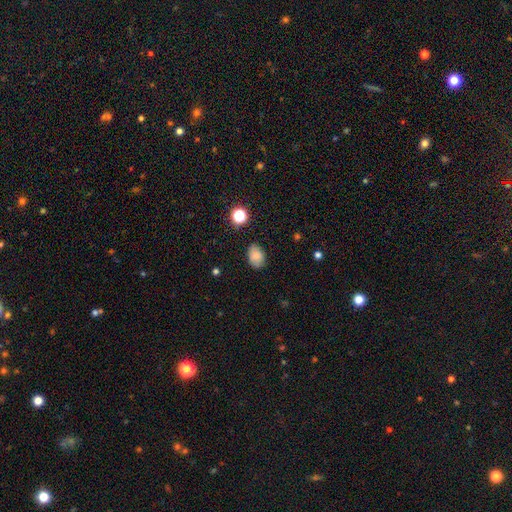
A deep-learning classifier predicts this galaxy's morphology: This is clearly a smooth galaxy (83%). How rounded: likely in between (79%). Merging: likely none (80%).